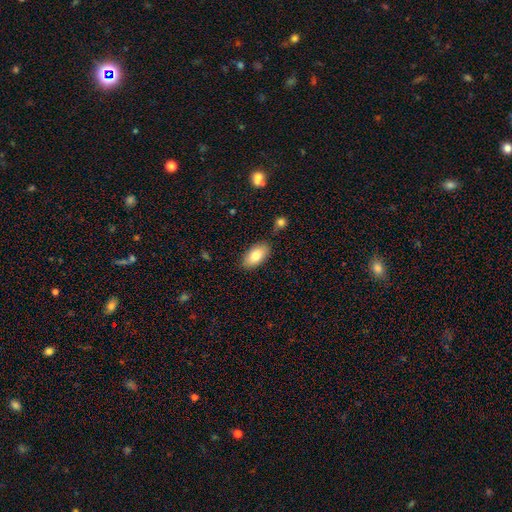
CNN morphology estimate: Smooth or featured?
  - smooth: 80% *
  - featured or disk: 13%
  - star or artifact: 7%
How rounded?
  - in between: 94% *
  - round: 3%
  - cigar-shaped: 3%
Merging?
  - none: 83% *
  - minor disturbance: 12%
  - merger: 3%
  - major disturbance: 2%